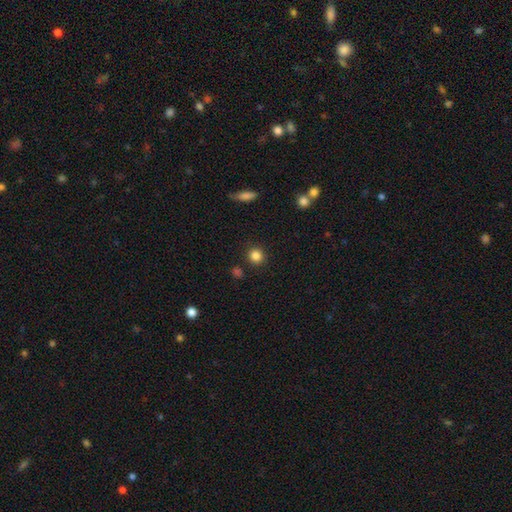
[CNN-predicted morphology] Q: Smooth or featured?
A: smooth (84%); runner-up: star or artifact (11%)
Q: How rounded?
A: round (92%); runner-up: in between (7%)
Q: Merging?
A: none (89%); runner-up: minor disturbance (6%)